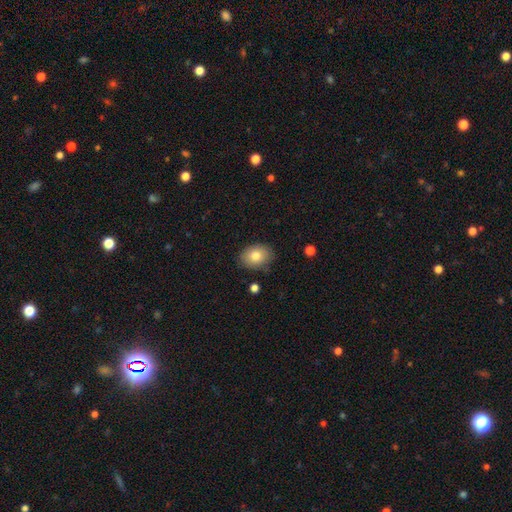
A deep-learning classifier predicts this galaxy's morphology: Smooth or featured? smooth (80%)
How rounded? in between (66%)
Merging? none (83%)